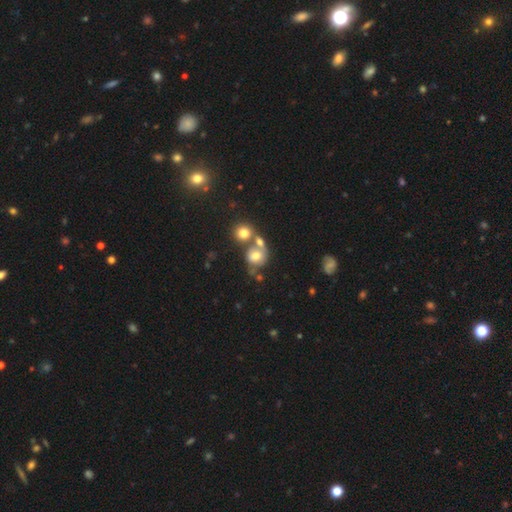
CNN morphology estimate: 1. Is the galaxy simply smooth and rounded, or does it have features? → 63% smooth, 25% featured or disk, 13% star or artifact.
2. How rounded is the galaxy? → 69% round, 30% in between, 1% cigar-shaped.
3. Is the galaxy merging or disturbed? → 43% merger, 37% none, 12% minor disturbance, 8% major disturbance.